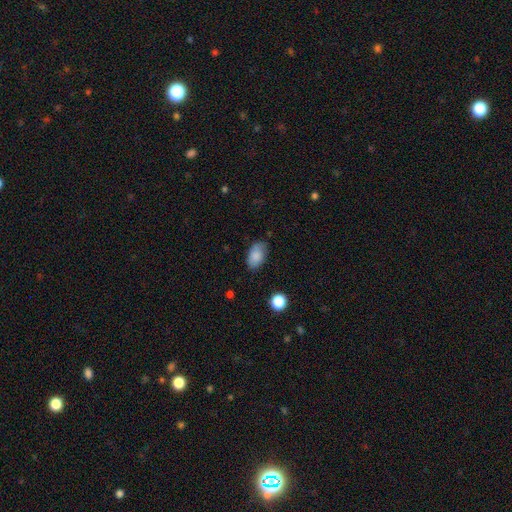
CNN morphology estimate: A smooth galaxy with no disk features (85%) that is in between round and cigar-shaped (91%).

Vote fractions:
- Smooth or featured? smooth: 85% / star or artifact: 8% / featured or disk: 7%
- How rounded? in between: 91% / round: 7% / cigar-shaped: 2%
- Merging? none: 72% / minor disturbance: 22% / major disturbance: 5% / merger: 2%